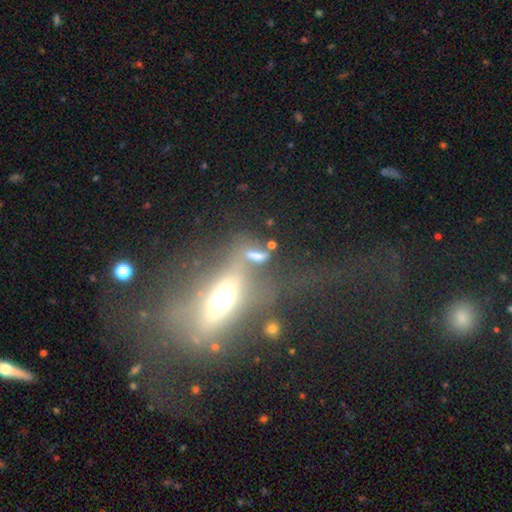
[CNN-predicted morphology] Q: Smooth or featured?
A: smooth (51%); runner-up: featured or disk (27%)
Q: How rounded?
A: in between (55%); runner-up: cigar-shaped (33%)
Q: Merging?
A: none (40%); runner-up: merger (32%)